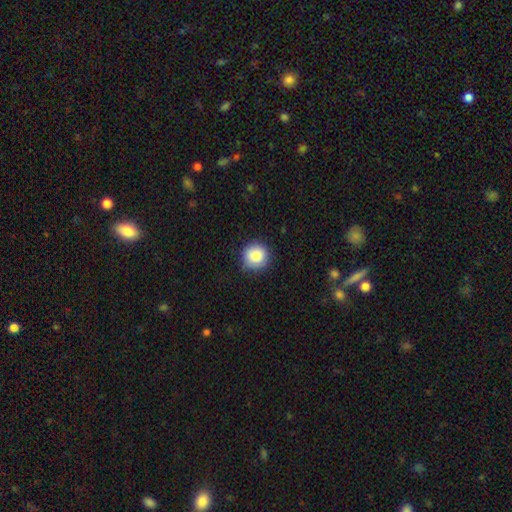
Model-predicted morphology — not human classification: smooth 84%, star or artifact 9%, featured or disk 7%. Down the decision tree: how rounded — round (93%); merging — none (87%).